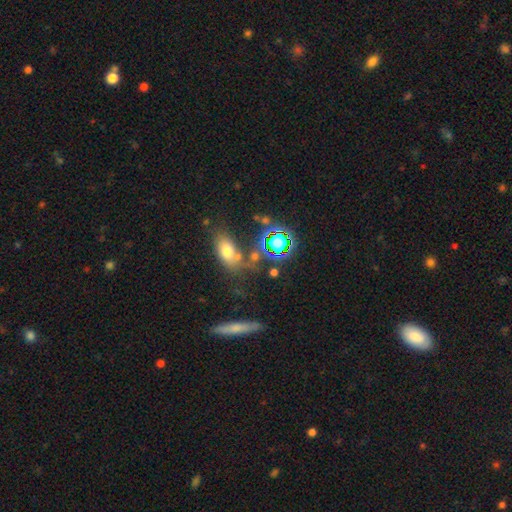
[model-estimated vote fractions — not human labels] Smooth or featured: smooth — 47% (star or artifact — 37%)
Merging: none — 64% (merger — 15%)